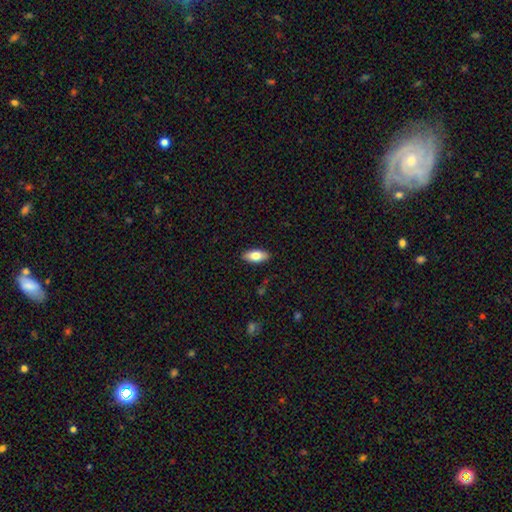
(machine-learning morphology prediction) Smooth or featured? Predicted: smooth (p=0.78). How rounded? Predicted: in between (p=0.87). Merging? Predicted: none (p=0.89).